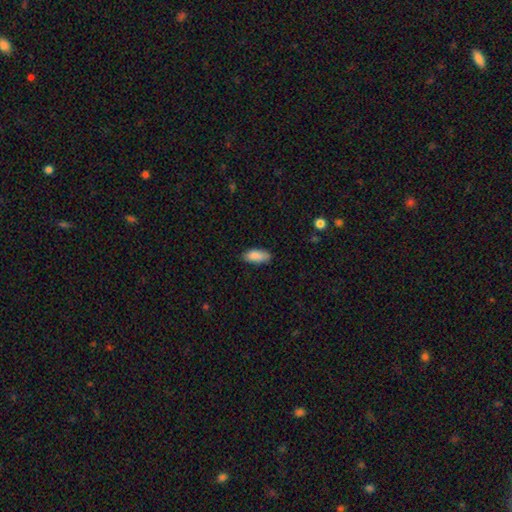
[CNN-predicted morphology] type=smooth (88%); roundness=in between (84%); merging=none (80%).